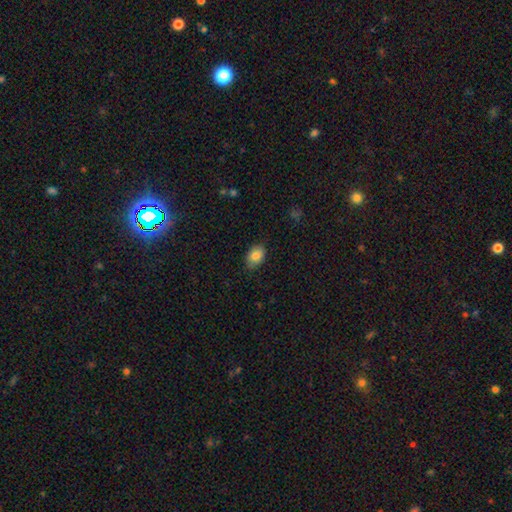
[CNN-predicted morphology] Smooth or featured: smooth — 84% (featured or disk — 9%)
How rounded: in between — 84% (round — 14%)
Merging: none — 82% (minor disturbance — 14%)